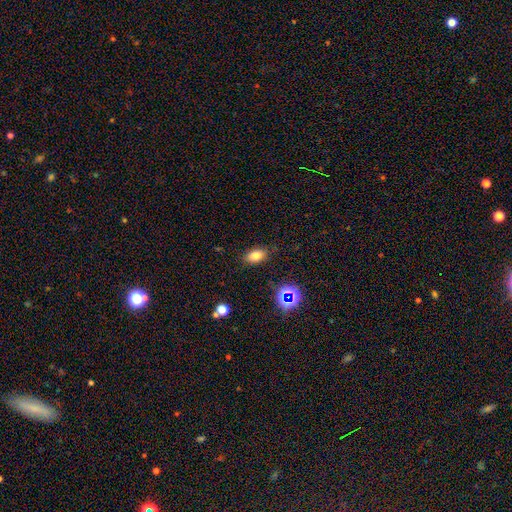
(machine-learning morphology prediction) Smooth or featured?
  - smooth: 76% *
  - star or artifact: 15%
  - featured or disk: 9%
How rounded?
  - in between: 85% *
  - round: 13%
  - cigar-shaped: 2%
Merging?
  - none: 84% *
  - minor disturbance: 11%
  - major disturbance: 3%
  - merger: 1%